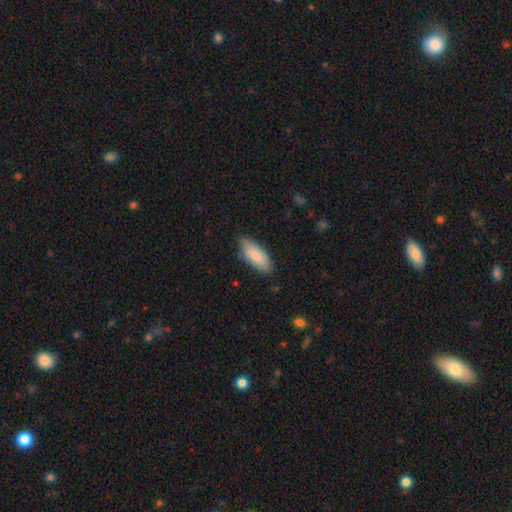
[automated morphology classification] A smooth galaxy with no disk features (81%) that is in between round and cigar-shaped (79%). Merging: none (73%).